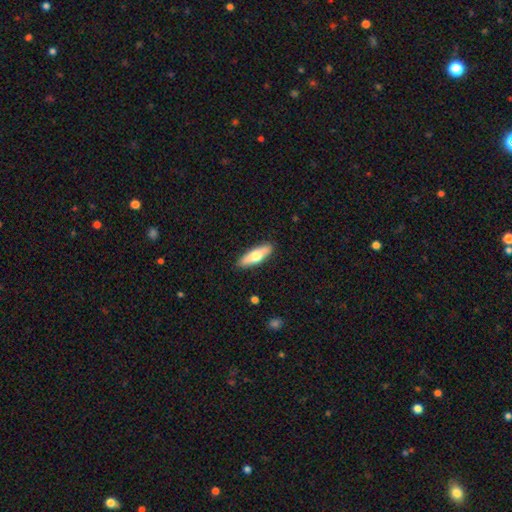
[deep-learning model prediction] Smooth or featured? Predicted: smooth (p=0.60). How rounded? Predicted: cigar-shaped (p=0.54). Merging? Predicted: none (p=0.89).